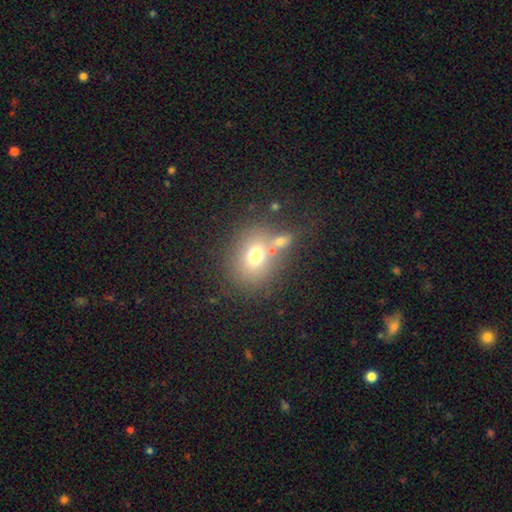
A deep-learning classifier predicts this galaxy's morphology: Smooth or featured?
  - smooth: 70% *
  - featured or disk: 16%
  - star or artifact: 14%
How rounded?
  - round: 56% *
  - in between: 43%
  - cigar-shaped: 1%
Merging?
  - none: 59% *
  - merger: 21%
  - minor disturbance: 13%
  - major disturbance: 7%